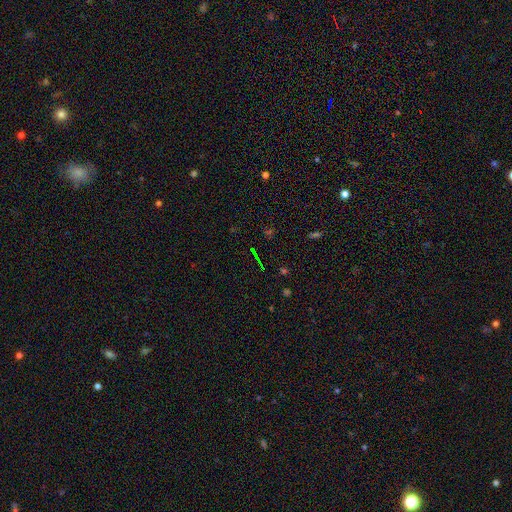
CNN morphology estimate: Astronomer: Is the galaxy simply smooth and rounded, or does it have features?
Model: star or artifact — 71%.